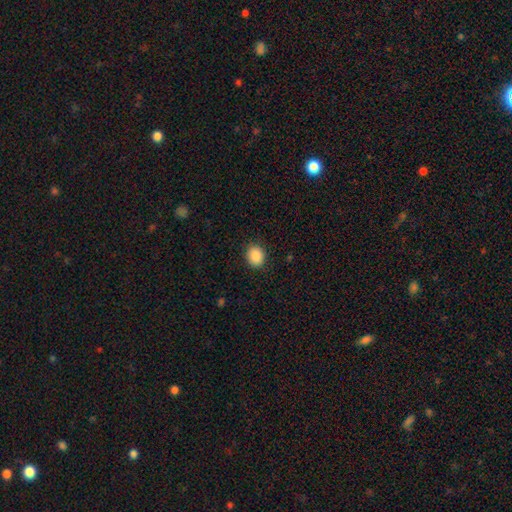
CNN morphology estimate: A smooth galaxy with no disk features (88%) that is round (63%). Merging: none (89%).